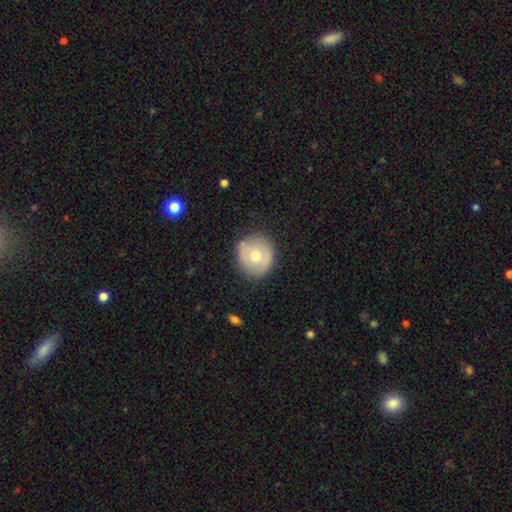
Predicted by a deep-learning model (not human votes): Smooth or featured? Predicted: smooth (p=0.60). How rounded? Predicted: round (p=0.91). Merging? Predicted: none (p=0.82).